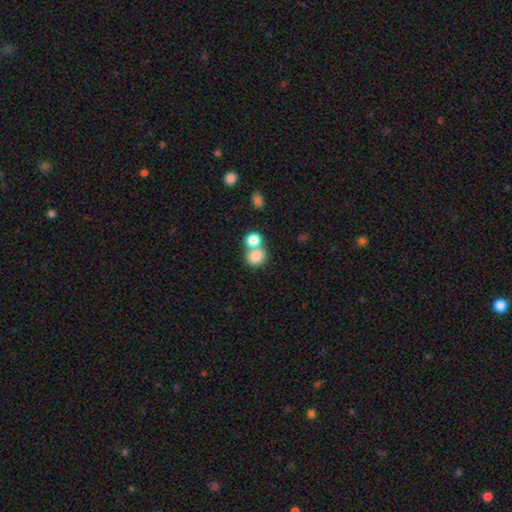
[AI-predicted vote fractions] This appears to be a smooth galaxy with no disk features (82%) that is round (74%). Merging: merger (46%).